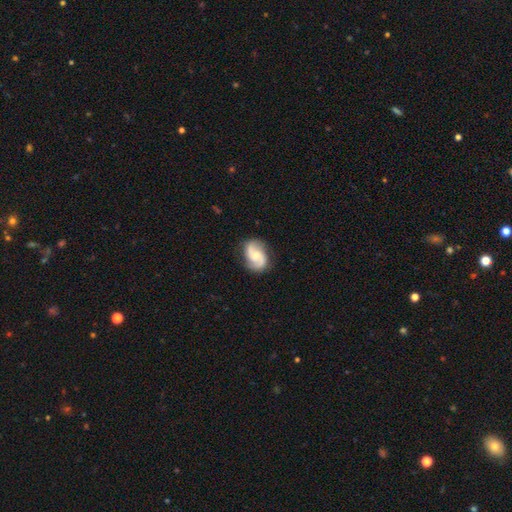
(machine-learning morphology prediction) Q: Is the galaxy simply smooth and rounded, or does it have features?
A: featured or disk — 79%.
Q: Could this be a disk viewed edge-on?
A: no — 98%.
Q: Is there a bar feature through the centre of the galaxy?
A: no — 54%.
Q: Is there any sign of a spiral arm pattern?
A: yes — 96%.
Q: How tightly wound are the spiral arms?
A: medium — 47%.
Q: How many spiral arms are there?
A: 2 — 91%.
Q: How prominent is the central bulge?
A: moderate — 55%.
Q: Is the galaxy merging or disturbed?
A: none — 81%.